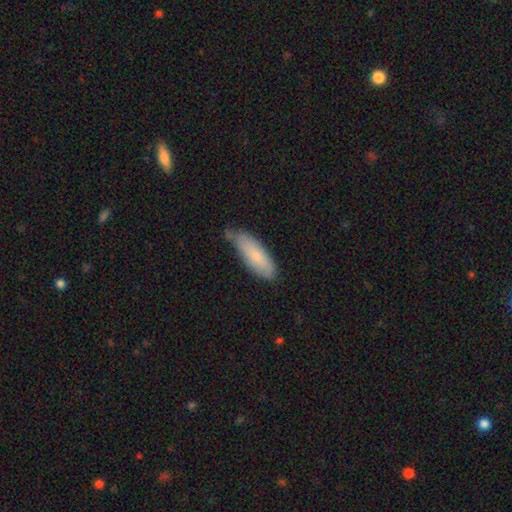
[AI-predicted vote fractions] This is clearly a smooth galaxy (80%). How rounded: possibly in between (57%). Merging: possibly none (56%).